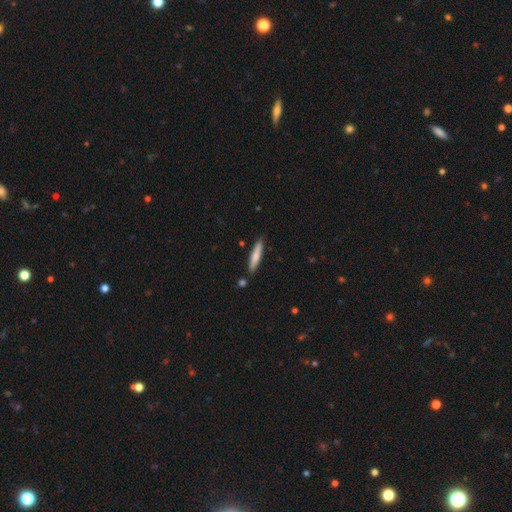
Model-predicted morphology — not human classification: Smooth or featured?
  - smooth: 73% *
  - featured or disk: 22%
  - star or artifact: 6%
How rounded?
  - cigar-shaped: 90% *
  - in between: 9%
  - round: 1%
Merging?
  - none: 85% *
  - minor disturbance: 10%
  - merger: 3%
  - major disturbance: 2%